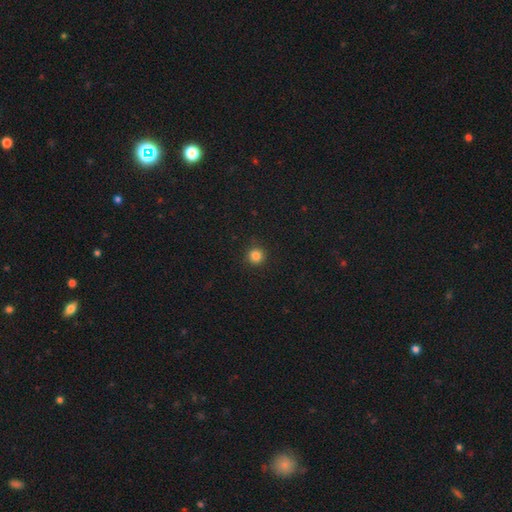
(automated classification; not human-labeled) This is clearly a smooth galaxy (83%). How rounded: clearly round (95%). Merging: clearly none (91%).